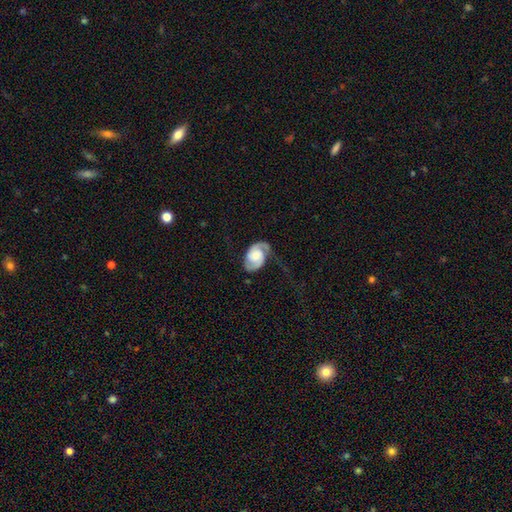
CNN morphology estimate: smooth_or_featured: featured or disk (p=0.80) [alt: smooth p=0.14]
disk_edge_on: no (p=0.98) [alt: yes p=0.02]
bar: no (p=0.63) [alt: weak p=0.29]
has_spiral_arms: yes (p=0.96) [alt: no p=0.04]
spiral_winding: medium (p=0.43) [alt: tight p=0.33]
spiral_arm_count: 2 (p=0.81) [alt: 1 p=0.12]
bulge_size: moderate (p=0.39) [alt: small p=0.24]
merging: none (p=0.47) [alt: minor disturbance p=0.25]